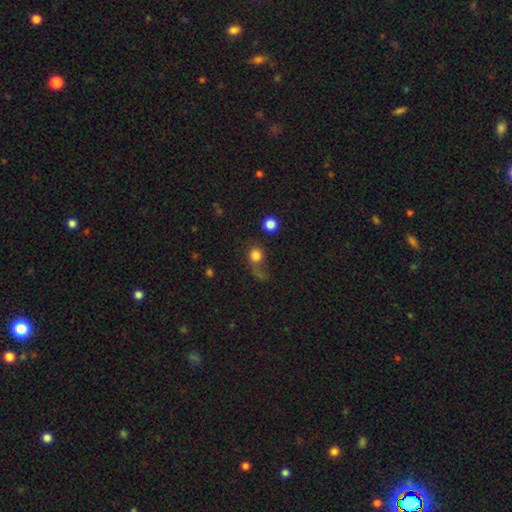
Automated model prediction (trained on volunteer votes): Q: Smooth or featured?
A: smooth (78%); runner-up: star or artifact (12%)
Q: How rounded?
A: round (82%); runner-up: in between (17%)
Q: Merging?
A: none (36%); runner-up: major disturbance (33%)